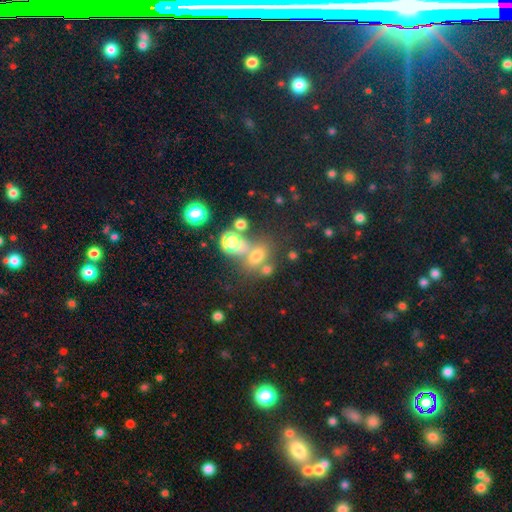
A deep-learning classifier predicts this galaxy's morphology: Q: Smooth or featured?
A: smooth (58%); runner-up: star or artifact (28%)
Q: How rounded?
A: round (52%); runner-up: in between (46%)
Q: Merging?
A: none (46%); runner-up: merger (34%)